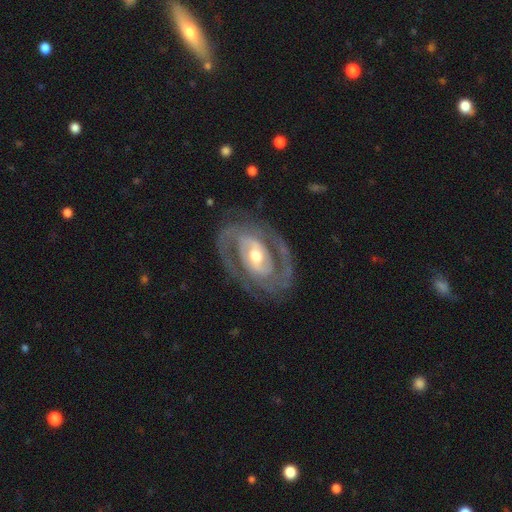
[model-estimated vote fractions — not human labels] This is clearly a featured or disk galaxy (90%). It is clearly not viewed edge-on (96%). Bar: marginally weak (35%). Spiral arm pattern: clearly yes (93%). Spiral arm count: clearly 2 (85%). Spiral winding: possibly tight (52%). Central bulge: likely moderate (65%). Merging: clearly none (80%).